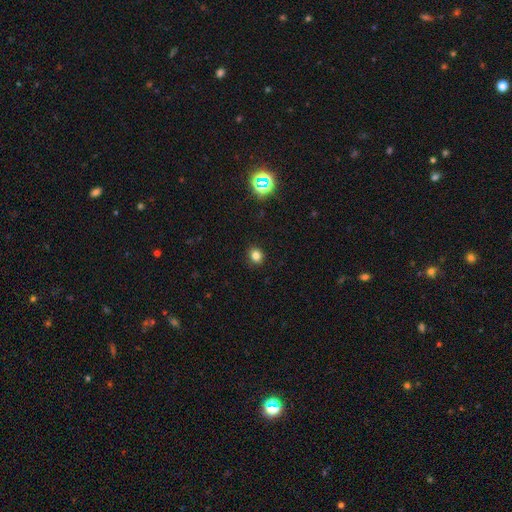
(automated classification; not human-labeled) The model was most divided on "how rounded": round: 72%, in between: 27%, cigar-shaped: 1%. More confident: merging — none (90%); smooth or featured — smooth (80%).